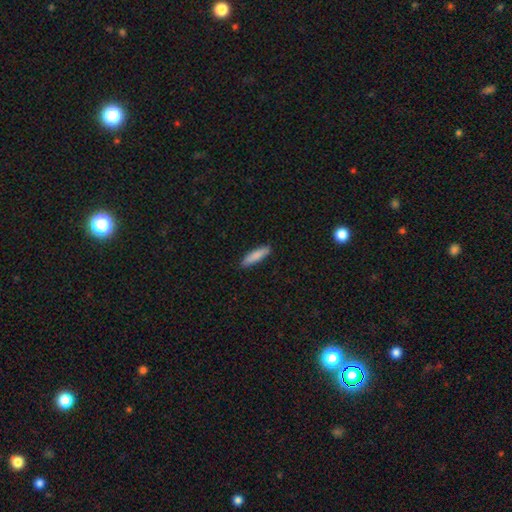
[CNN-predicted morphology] Q: Smooth or featured?
A: smooth (86%); runner-up: featured or disk (9%)
Q: How rounded?
A: cigar-shaped (75%); runner-up: in between (24%)
Q: Merging?
A: none (88%); runner-up: minor disturbance (9%)